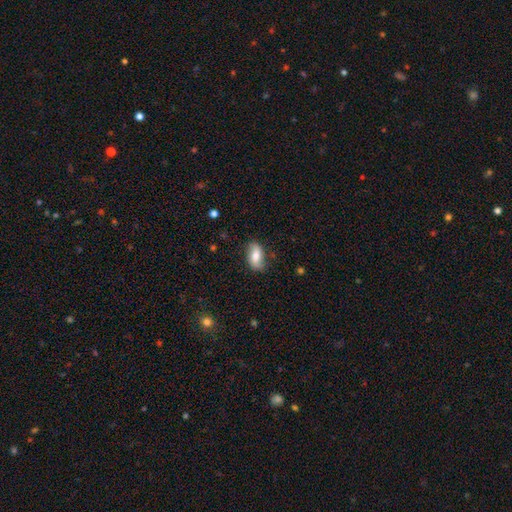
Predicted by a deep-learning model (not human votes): Smooth or featured: smooth — 66% (featured or disk — 27%)
How rounded: in between — 89% (cigar-shaped — 5%)
Merging: none — 77% (minor disturbance — 18%)